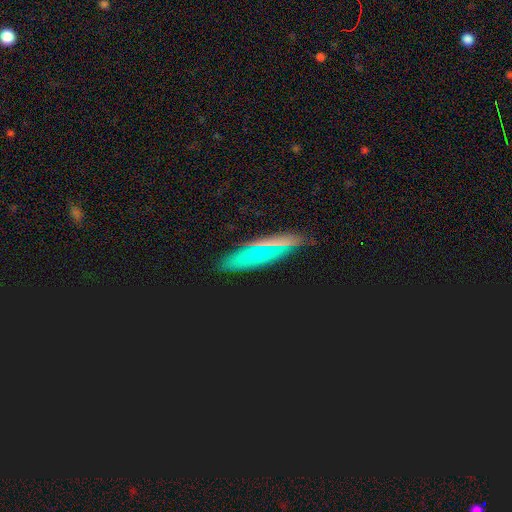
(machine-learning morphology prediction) A star or artifact, not a galaxy (40%).